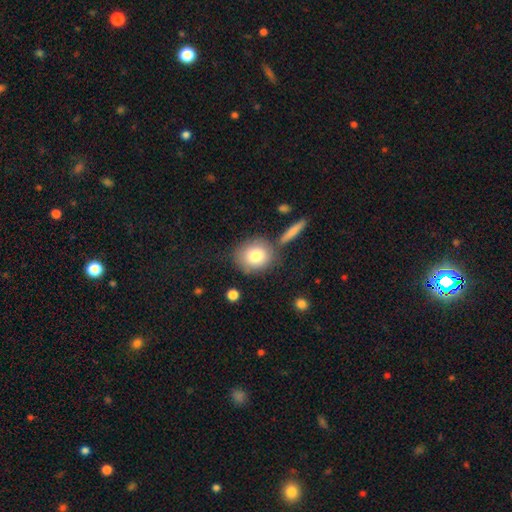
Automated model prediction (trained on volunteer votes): Q: Smooth or featured?
A: smooth (79%); runner-up: featured or disk (12%)
Q: How rounded?
A: round (75%); runner-up: in between (23%)
Q: Merging?
A: none (70%); runner-up: minor disturbance (13%)